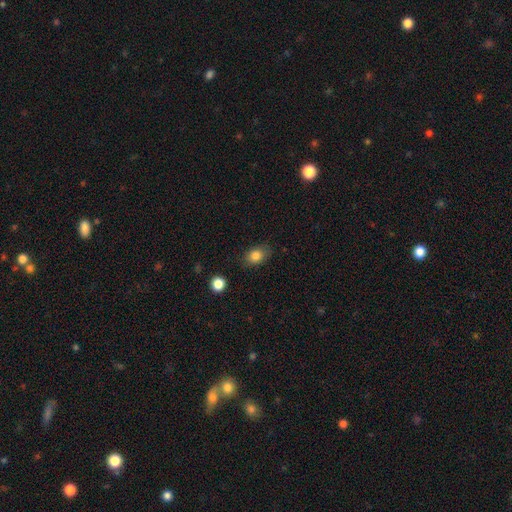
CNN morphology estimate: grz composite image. It shows a smooth galaxy with no disk features (83%) that is in between round and cigar-shaped (70%). Merging: none (79%).